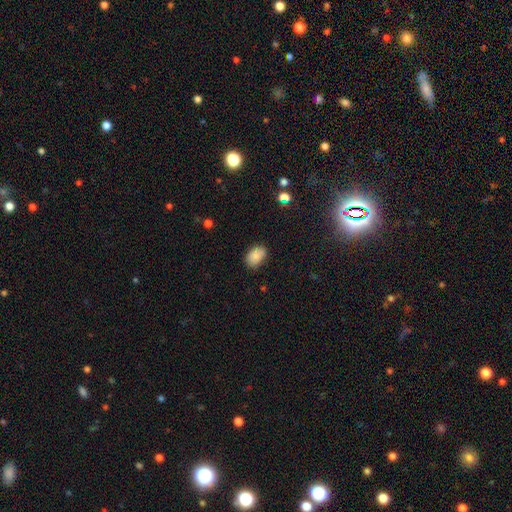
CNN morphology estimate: Q: Smooth or featured?
A: smooth (85%); runner-up: star or artifact (8%)
Q: How rounded?
A: in between (85%); runner-up: round (14%)
Q: Merging?
A: none (81%); runner-up: minor disturbance (15%)